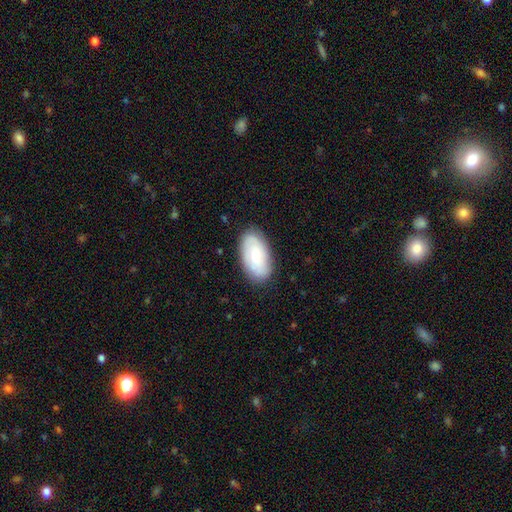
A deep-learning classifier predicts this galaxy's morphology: Smooth or featured?
  - smooth: 55% *
  - featured or disk: 39%
  - star or artifact: 6%
How rounded?
  - in between: 94% *
  - round: 3%
  - cigar-shaped: 3%
Merging?
  - none: 83% *
  - minor disturbance: 13%
  - major disturbance: 3%
  - merger: 1%